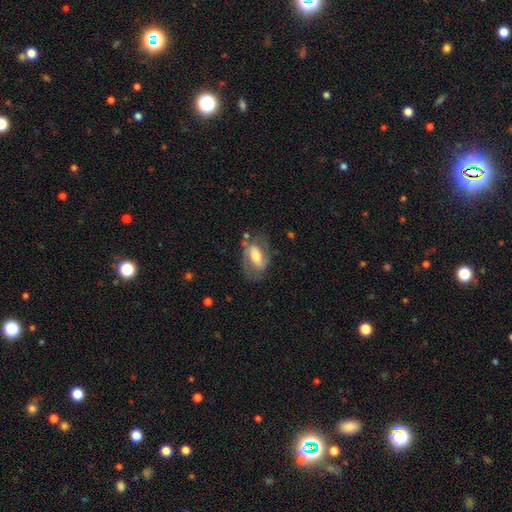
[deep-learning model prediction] Smooth or featured: featured or disk — 65% (smooth — 29%)
Edge-on disk: no — 93% (yes — 7%)
Bar: strong — 39% (weak — 36%)
Spiral arms: yes — 77% (no — 23%)
Bulge size: moderate — 60% (small — 20%)
Merging: none — 63% (minor disturbance — 21%)